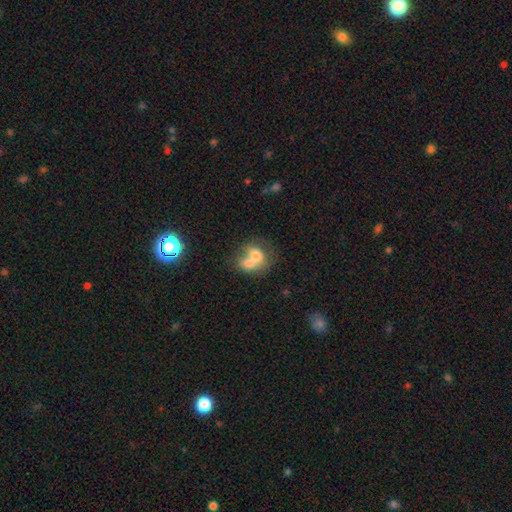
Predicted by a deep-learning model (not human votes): Q: Smooth or featured?
A: smooth (68%); runner-up: featured or disk (23%)
Q: How rounded?
A: in between (52%); runner-up: round (47%)
Q: Merging?
A: merger (72%); runner-up: none (17%)